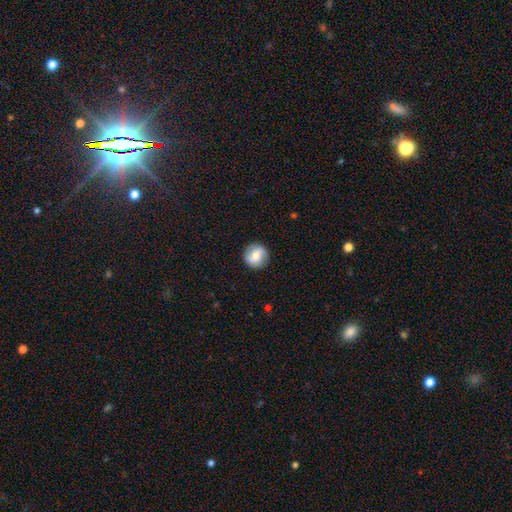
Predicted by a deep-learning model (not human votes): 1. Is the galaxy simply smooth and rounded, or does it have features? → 65% smooth, 27% featured or disk, 8% star or artifact.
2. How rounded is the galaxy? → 94% round, 5% in between, 1% cigar-shaped.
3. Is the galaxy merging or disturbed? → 89% none, 8% minor disturbance, 2% major disturbance, 1% merger.